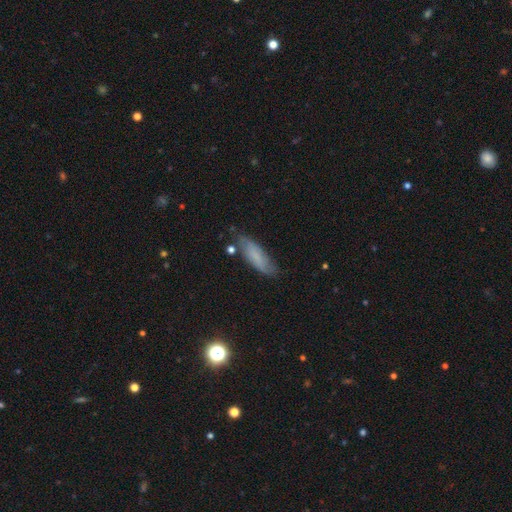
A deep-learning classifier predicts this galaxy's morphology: A smooth galaxy with no disk features (69%) that is in between round and cigar-shaped (50%).

Vote fractions:
- Smooth or featured? smooth: 69% / featured or disk: 23% / star or artifact: 9%
- How rounded? in between: 50% / cigar-shaped: 48% / round: 2%
- Merging? none: 67% / minor disturbance: 24% / major disturbance: 6% / merger: 3%